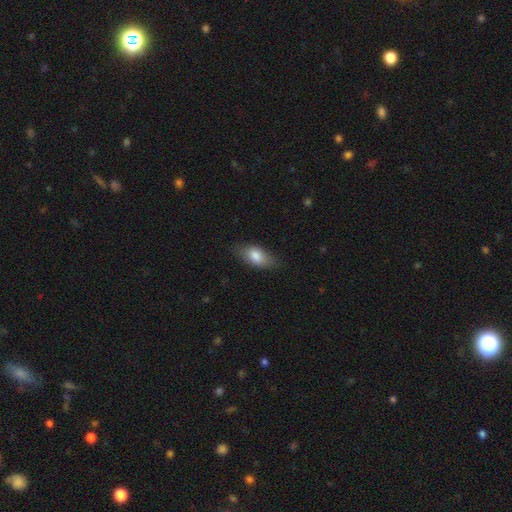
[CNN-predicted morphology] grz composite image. It shows a smooth galaxy with no disk features (81%) that is in between round and cigar-shaped (87%). Merging: none (76%).